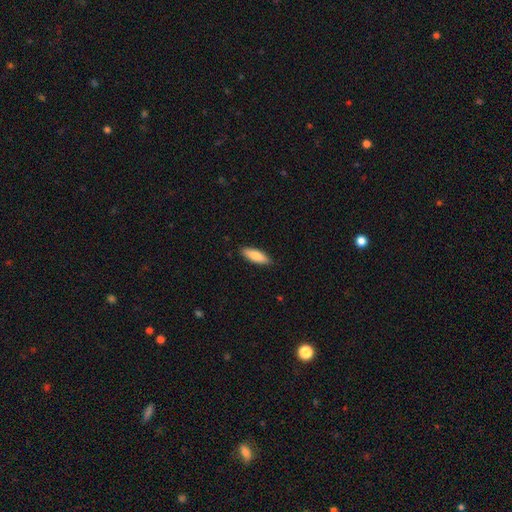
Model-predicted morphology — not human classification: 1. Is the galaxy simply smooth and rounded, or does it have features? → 83% smooth, 11% featured or disk, 5% star or artifact.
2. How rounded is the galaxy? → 60% in between, 39% cigar-shaped, 2% round.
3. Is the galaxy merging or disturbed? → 89% none, 9% minor disturbance, 2% major disturbance, 1% merger.